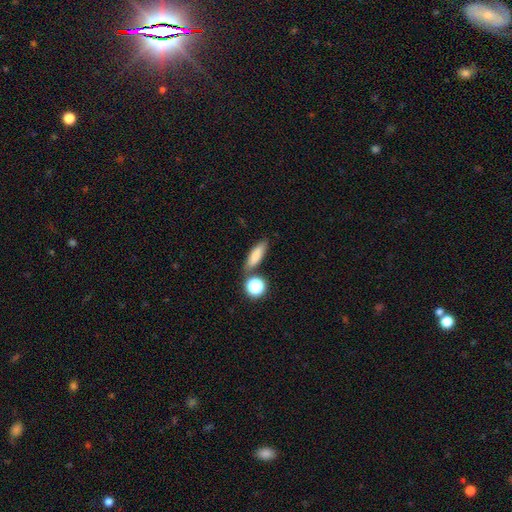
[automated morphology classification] smooth_or_featured: smooth (p=0.79) [alt: featured or disk p=0.11]
how_rounded: in between (p=0.51) [alt: cigar-shaped p=0.41]
merging: none (p=0.72) [alt: minor disturbance p=0.12]